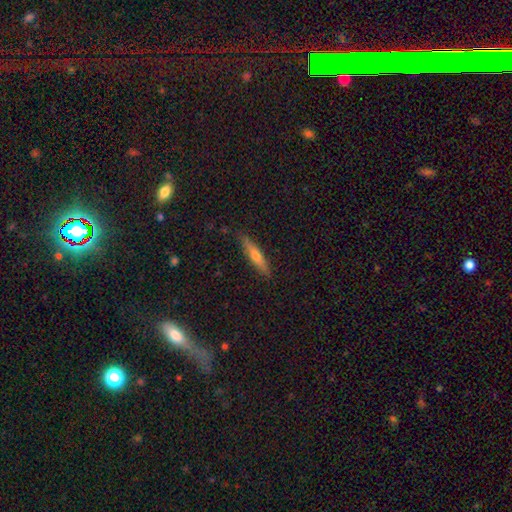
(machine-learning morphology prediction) Smooth or featured? smooth (51%)
How rounded? cigar-shaped (85%)
Merging? none (87%)